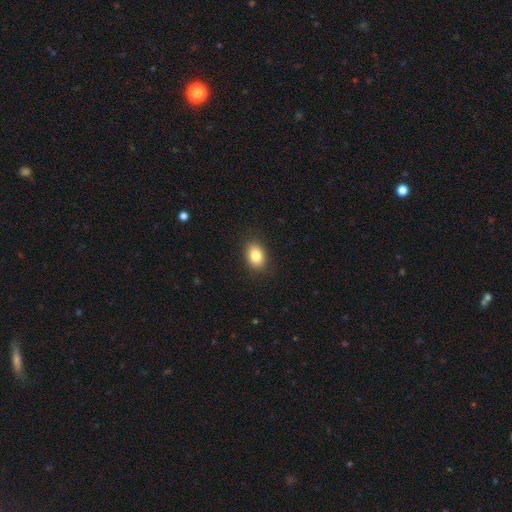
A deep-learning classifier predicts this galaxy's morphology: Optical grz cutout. It shows a smooth galaxy with no disk features (84%) that is in between round and cigar-shaped (75%). Merging: none (88%).